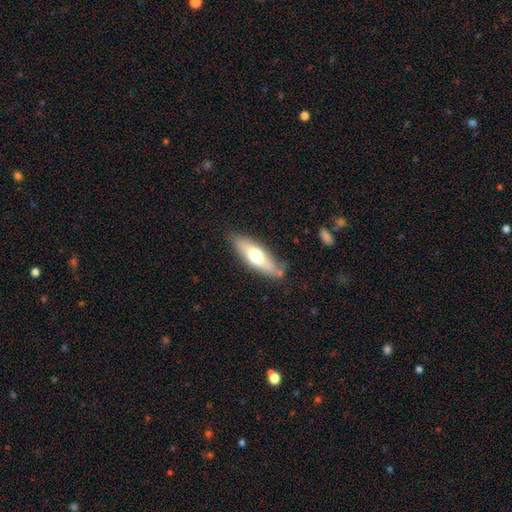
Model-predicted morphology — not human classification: This appears to be a smooth galaxy with no disk features (56%) that is in between round and cigar-shaped (50%). Merging: none (77%).